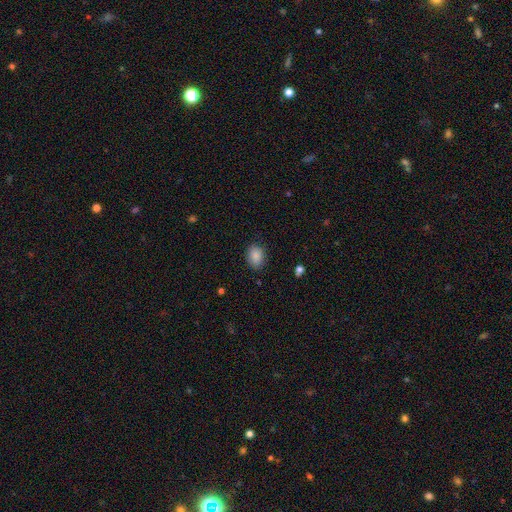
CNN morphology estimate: Smooth or featured? smooth (87%)
How rounded? in between (68%)
Merging? none (81%)